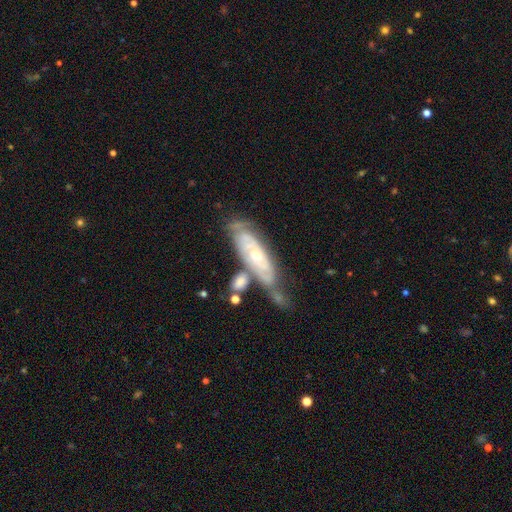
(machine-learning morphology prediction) Smooth or featured: featured or disk — 74% (smooth — 20%)
Edge-on disk: no — 82% (yes — 18%)
Bar: no — 73% (weak — 21%)
Spiral arms: yes — 80% (no — 20%)
Bulge size: small — 55% (moderate — 40%)
Merging: none — 45% (minor disturbance — 23%)